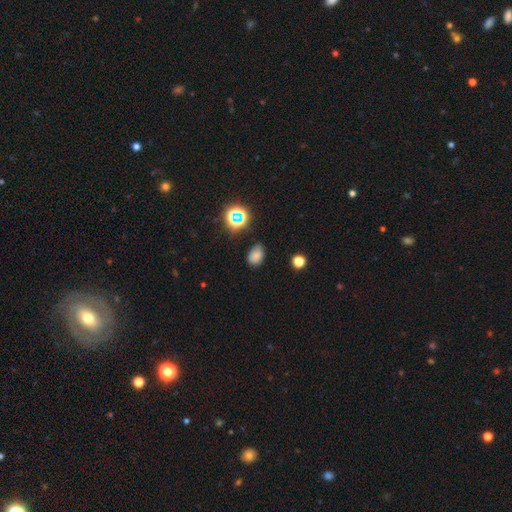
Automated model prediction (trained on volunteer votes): A smooth galaxy with no disk features (75%) that is in between round and cigar-shaped (77%). Merging: none (68%).